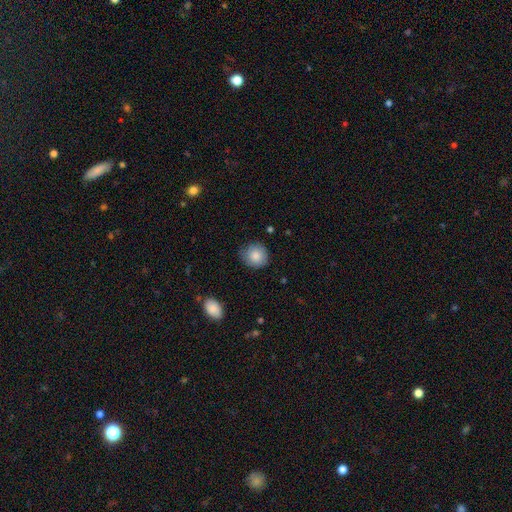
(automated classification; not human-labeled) A smooth galaxy with no disk features (85%) that is round (87%). Merging: none (75%).